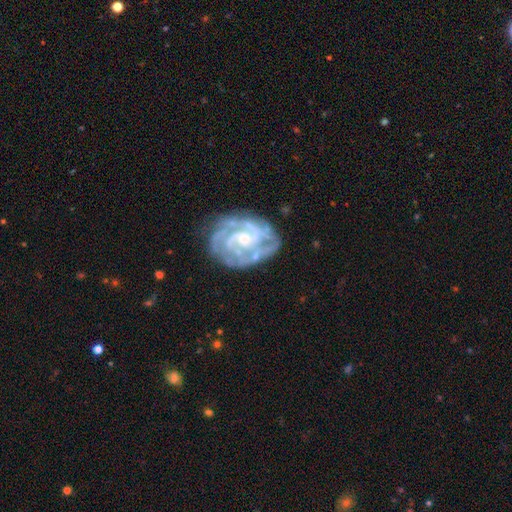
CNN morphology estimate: smooth-or-featured: featured or disk: 90% | star or artifact: 5% | smooth: 5%
  disk-edge-on: no: 98% | yes: 2%
    bar: no: 58% | weak: 33% | strong: 9%
    has-spiral-arms: yes: 98% | no: 2%
      spiral-winding: tight: 69% | medium: 27% | loose: 4%
      spiral-arm-count: 3: 31% | 2: 24% | can't tell: 18% | 4: 15% | more than 4: 6% | 1: 6%
    bulge-size: small: 57% | moderate: 37% | none: 3% | large: 2% | dominant: 1%
  merging: none: 75% | minor disturbance: 17% | major disturbance: 6% | merger: 2%